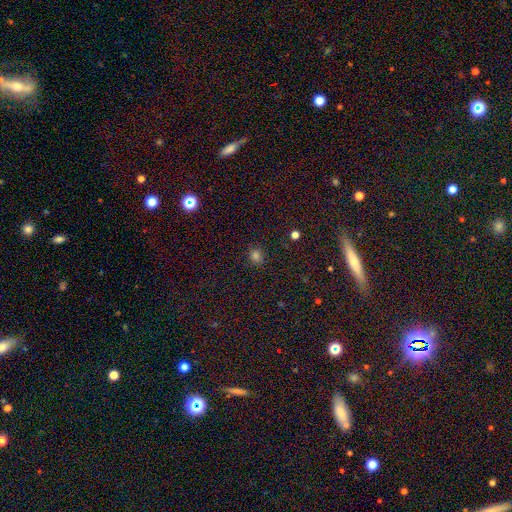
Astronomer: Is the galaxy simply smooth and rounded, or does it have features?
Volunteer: smooth — 88%.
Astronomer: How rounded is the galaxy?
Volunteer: round — 83%.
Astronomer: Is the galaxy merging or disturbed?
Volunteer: none — 94%.